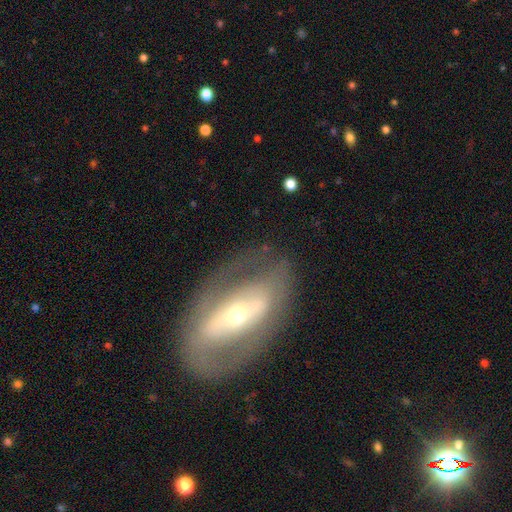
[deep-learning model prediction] Morphology: type=featured or disk (71%); edge-on=no (88%); bar=strong (45%); spiral arms=no (59%); bulge=small (53%); merging=none (76%).